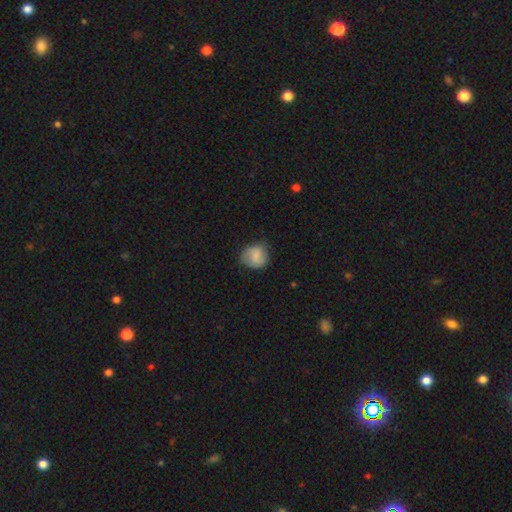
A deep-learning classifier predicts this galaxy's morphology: A smooth galaxy with no disk features (74%) that is round (76%).

Vote fractions:
- Smooth or featured? smooth: 74% / featured or disk: 18% / star or artifact: 7%
- How rounded? round: 76% / in between: 23% / cigar-shaped: 1%
- Merging? none: 62% / minor disturbance: 29% / major disturbance: 8% / merger: 1%